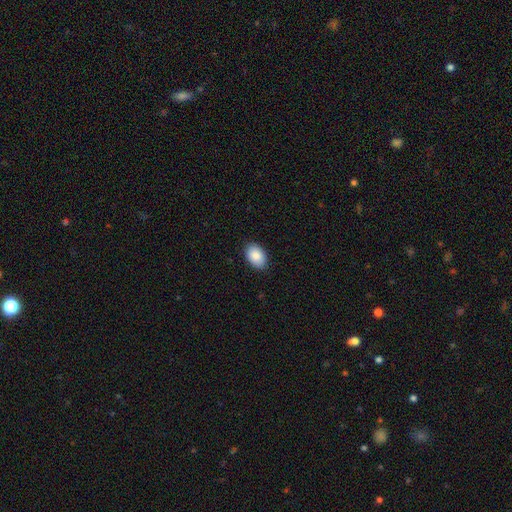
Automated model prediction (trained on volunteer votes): The model was most divided on "how rounded": in between: 88%, round: 11%, cigar-shaped: 1%. More confident: merging — none (88%); smooth or featured — smooth (88%).